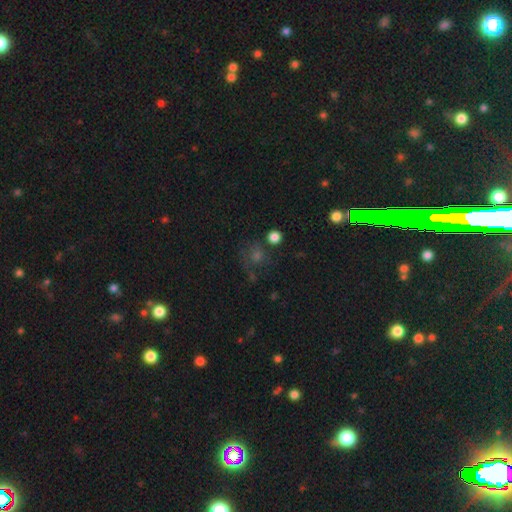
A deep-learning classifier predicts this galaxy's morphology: This appears to be a star or artifact, not a galaxy (44%).